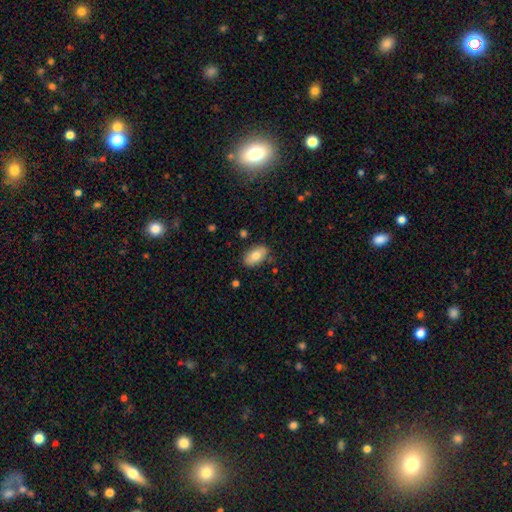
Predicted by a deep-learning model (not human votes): smooth 78%, featured or disk 15%, star or artifact 7%. Down the decision tree: how rounded — in between (93%); merging — none (82%).